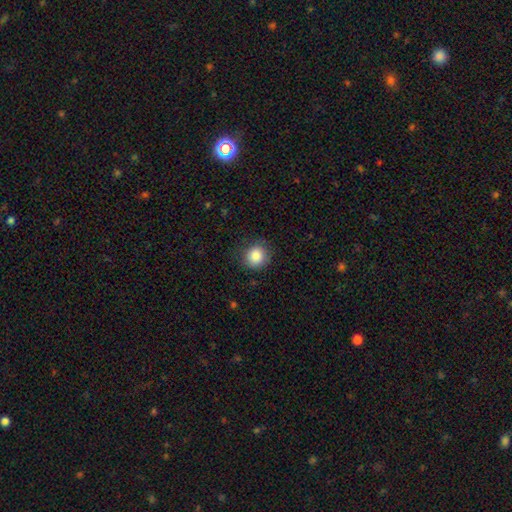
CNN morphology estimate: Smooth or featured?
  - smooth: 87% *
  - star or artifact: 9%
  - featured or disk: 4%
How rounded?
  - round: 89% *
  - in between: 11%
  - cigar-shaped: 1%
Merging?
  - none: 83% *
  - minor disturbance: 12%
  - major disturbance: 4%
  - merger: 1%